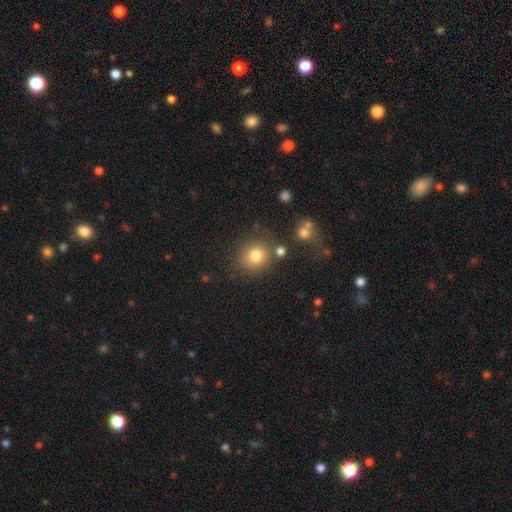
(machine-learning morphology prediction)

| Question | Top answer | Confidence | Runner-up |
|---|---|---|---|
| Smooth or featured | smooth | 80% | star or artifact (12%) |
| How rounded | round | 83% | in between (16%) |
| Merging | none | 75% | minor disturbance (12%) |